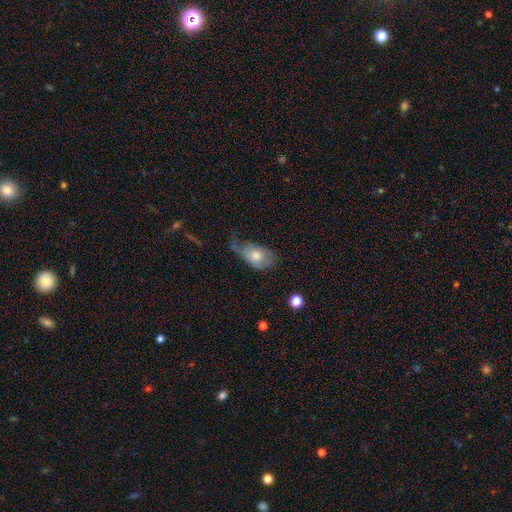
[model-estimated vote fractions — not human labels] Smooth or featured: smooth — 58% (featured or disk — 35%)
How rounded: in between — 87% (round — 11%)
Merging: major disturbance — 40% (minor disturbance — 32%)